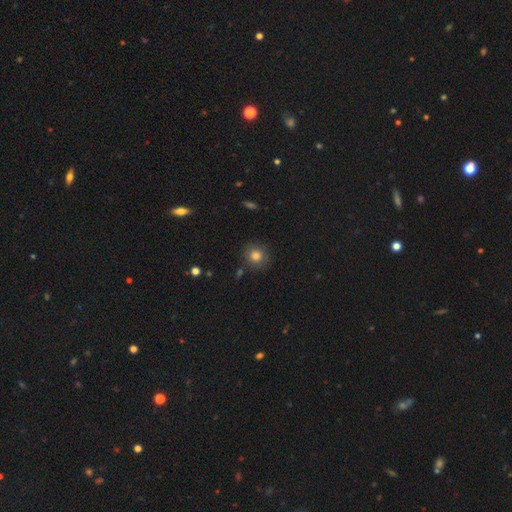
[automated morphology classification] Smooth or featured? smooth (82%)
How rounded? round (89%)
Merging? none (86%)